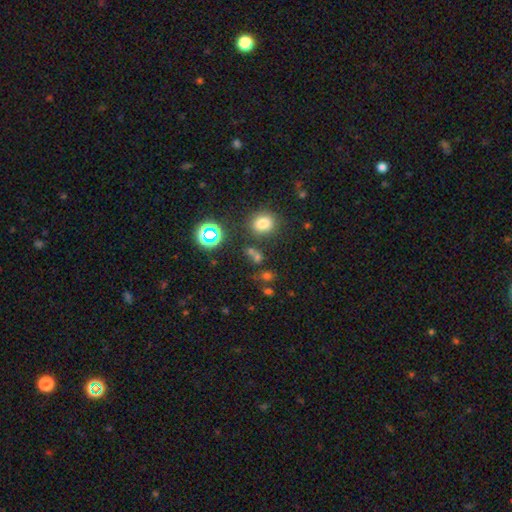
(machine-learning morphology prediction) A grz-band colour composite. It shows a smooth galaxy with no disk features (60%) that is round (68%). Merging: none (73%).